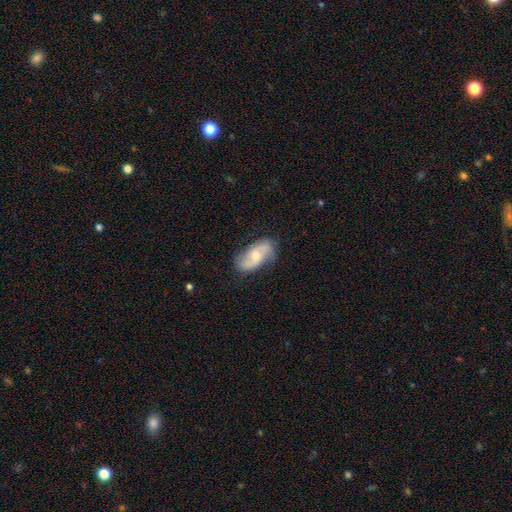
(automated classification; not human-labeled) This is likely a featured or disk galaxy (62%). It is clearly not viewed edge-on (95%). Bar: possibly no (51%). Spiral arm pattern: clearly yes (89%). Spiral arm count: clearly 2 (86%). Spiral winding: possibly loose (50%). Central bulge: possibly moderate (53%). Merging: likely none (72%).